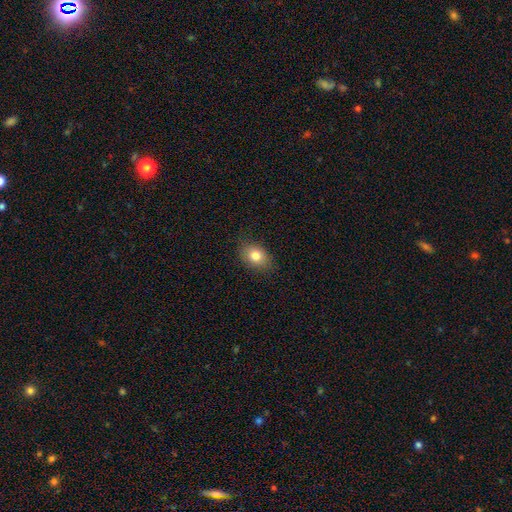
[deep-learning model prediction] Smooth or featured? Predicted: smooth (p=0.81). How rounded? Predicted: in between (p=0.68). Merging? Predicted: none (p=0.84).